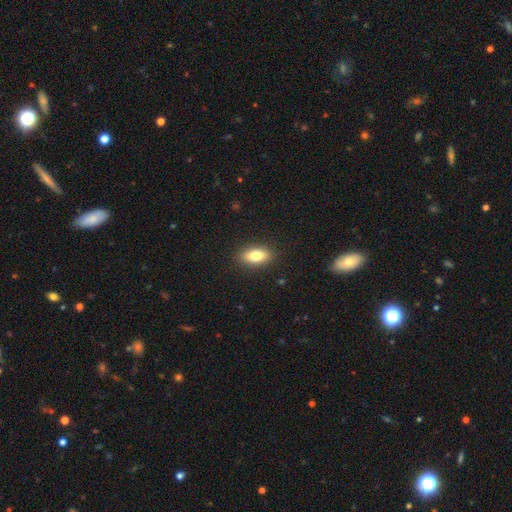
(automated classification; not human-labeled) smooth-or-featured: smooth: 78% | featured or disk: 15% | star or artifact: 8%
  how-rounded: in between: 84% | cigar-shaped: 11% | round: 5%
  merging: none: 89% | minor disturbance: 8% | major disturbance: 2% | merger: 1%